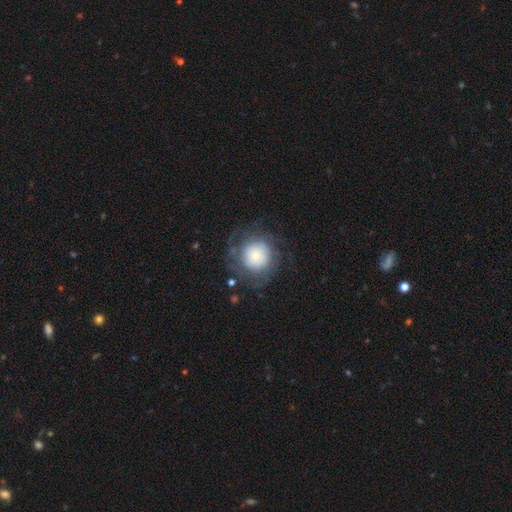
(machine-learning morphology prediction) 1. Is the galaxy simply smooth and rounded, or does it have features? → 46% smooth, 45% featured or disk, 9% star or artifact.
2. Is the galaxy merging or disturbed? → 67% none, 16% minor disturbance, 15% major disturbance, 2% merger.